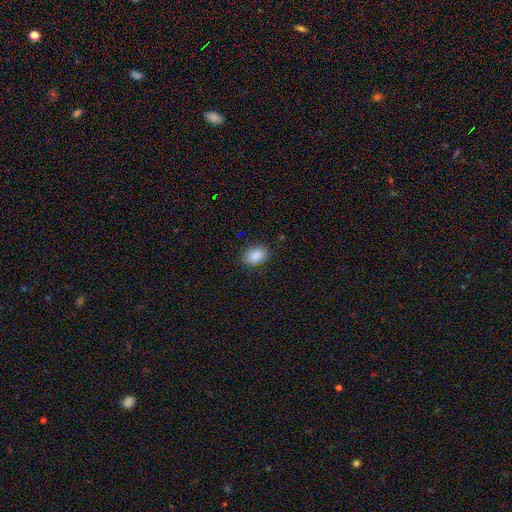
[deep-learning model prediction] A smooth galaxy with no disk features (88%) that is in between round and cigar-shaped (76%).

Vote fractions:
- Smooth or featured? smooth: 88% / star or artifact: 8% / featured or disk: 4%
- How rounded? in between: 76% / round: 23% / cigar-shaped: 1%
- Merging? none: 85% / minor disturbance: 11% / major disturbance: 3% / merger: 1%